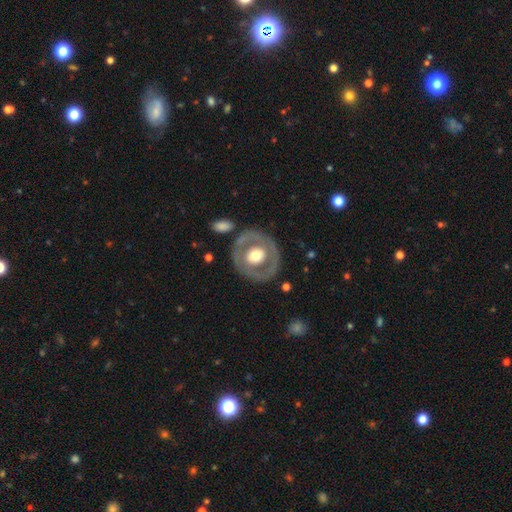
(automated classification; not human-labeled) Smooth or featured?
  - featured or disk: 58% *
  - smooth: 37%
  - star or artifact: 5%
Edge-on disk?
  - no: 95% *
  - yes: 5%
Bar?
  - no: 79% *
  - weak: 14%
  - strong: 6%
Spiral arms?
  - no: 85% *
  - yes: 15%
Bulge size?
  - moderate: 55% *
  - large: 37%
  - small: 5%
  - dominant: 3%
  - none: 1%
Merging?
  - none: 79% *
  - minor disturbance: 11%
  - major disturbance: 6%
  - merger: 3%